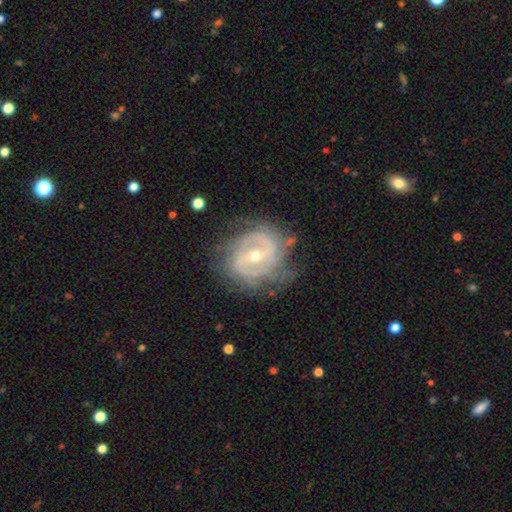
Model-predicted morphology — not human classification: Smooth or featured?
  - featured or disk: 87% *
  - smooth: 8%
  - star or artifact: 5%
Edge-on disk?
  - no: 97% *
  - yes: 3%
Bar?
  - weak: 44% *
  - strong: 37%
  - no: 19%
Spiral arms?
  - yes: 91% *
  - no: 9%
Spiral winding?
  - tight: 50% *
  - medium: 37%
  - loose: 12%
Spiral arm count?
  - 2: 54% *
  - can't tell: 23%
  - 3: 13%
  - 4: 4%
  - 1: 4%
  - more than 4: 3%
Bulge size?
  - moderate: 49% *
  - small: 48%
  - large: 1%
  - none: 1%
  - dominant: 1%
Merging?
  - none: 66% *
  - minor disturbance: 21%
  - major disturbance: 11%
  - merger: 2%